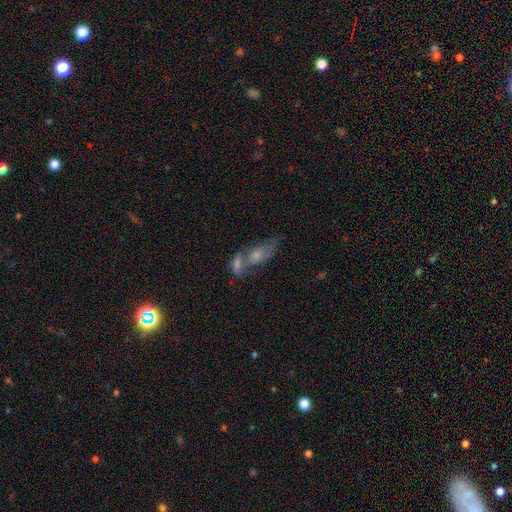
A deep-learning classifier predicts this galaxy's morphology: A featured or disk galaxy (45%). Merging: merger (56%).